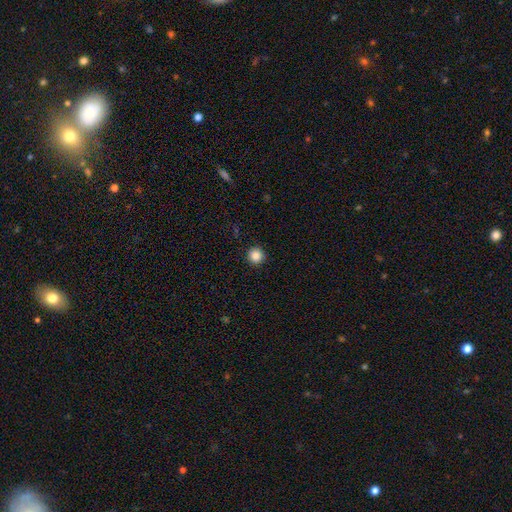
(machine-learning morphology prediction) A smooth galaxy with no disk features (87%) that is round (96%). Merging: none (92%).